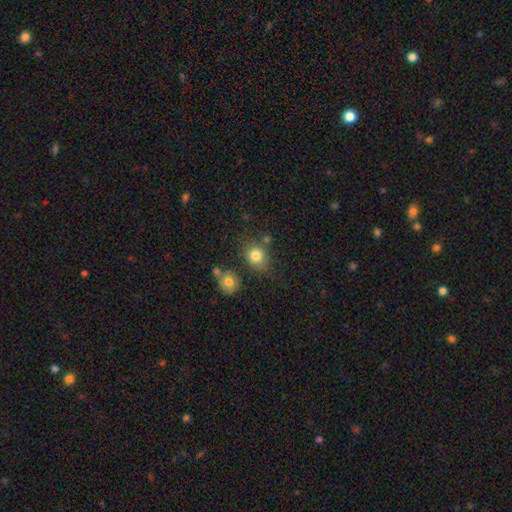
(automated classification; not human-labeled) A smooth galaxy with no disk features (81%) that is round (65%). Merging: none (67%).